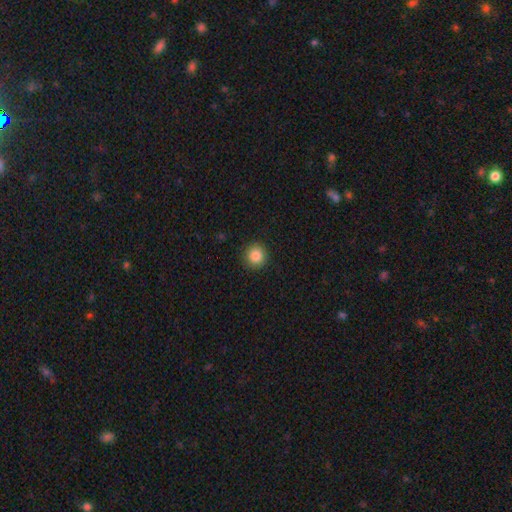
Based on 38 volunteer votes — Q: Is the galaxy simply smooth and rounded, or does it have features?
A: smooth — 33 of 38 (87%).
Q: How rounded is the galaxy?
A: round — 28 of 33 (85%).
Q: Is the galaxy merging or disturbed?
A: none — 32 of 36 (89%).